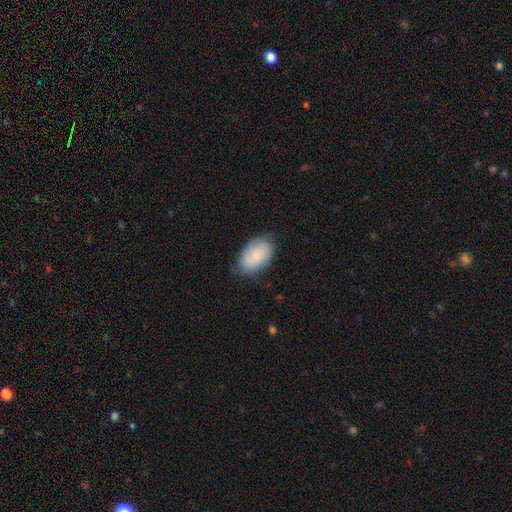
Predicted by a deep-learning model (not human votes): This appears to be a smooth galaxy with no disk features (75%) that is in between round and cigar-shaped (91%). Merging: none (78%).